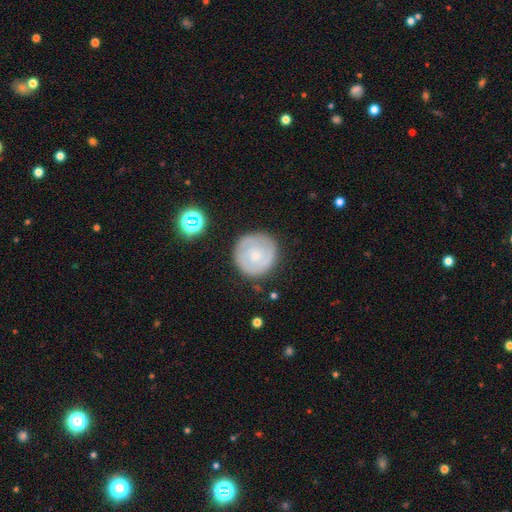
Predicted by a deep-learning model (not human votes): A featured or disk galaxy (63%) with no bar (77%), 2 (42%) tight (73%) spiral arms (82%) and a small central bulge (71%). Merging: none (82%).